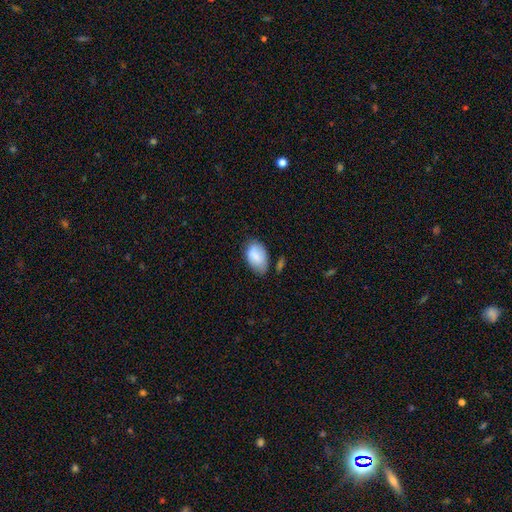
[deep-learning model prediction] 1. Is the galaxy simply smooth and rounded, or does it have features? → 83% smooth, 10% featured or disk, 7% star or artifact.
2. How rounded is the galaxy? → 91% in between, 8% round, 1% cigar-shaped.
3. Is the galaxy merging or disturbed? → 58% none, 30% minor disturbance, 7% major disturbance, 5% merger.